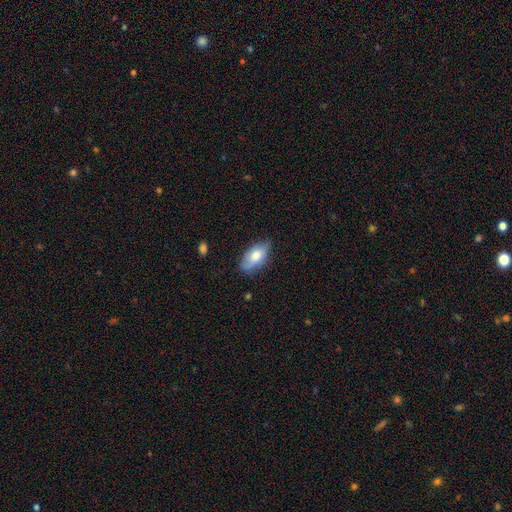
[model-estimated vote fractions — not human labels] Overall: smooth (71%). How rounded: in between (91%). Merging: none (73%).